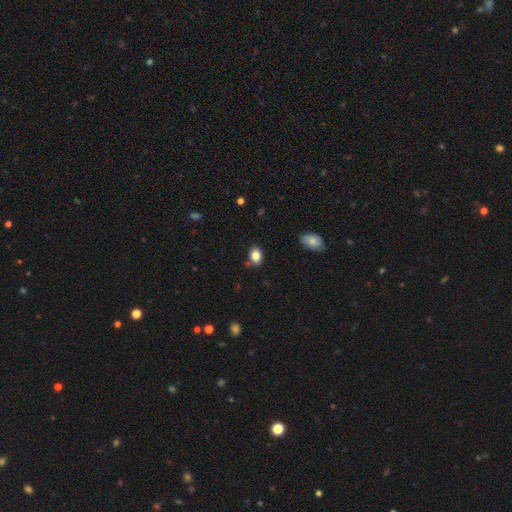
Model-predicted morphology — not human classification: smooth_or_featured: smooth (p=0.84) [alt: star or artifact p=0.09]
how_rounded: in between (p=0.74) [alt: round p=0.25]
merging: none (p=0.78) [alt: minor disturbance p=0.17]